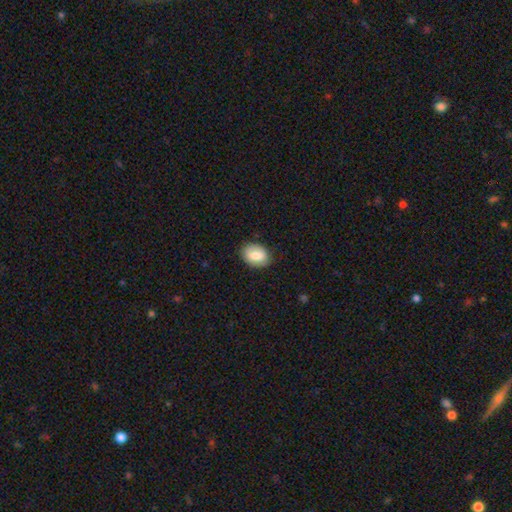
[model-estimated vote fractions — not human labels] smooth_or_featured: smooth (p=0.74) [alt: featured or disk p=0.19]
how_rounded: in between (p=0.73) [alt: round p=0.26]
merging: none (p=0.83) [alt: minor disturbance p=0.13]